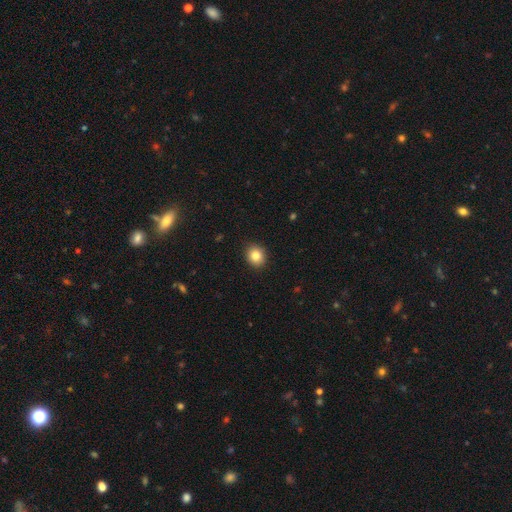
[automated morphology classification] The model was most divided on "how rounded": round: 70%, in between: 29%, cigar-shaped: 1%. More confident: merging — none (90%); smooth or featured — smooth (84%).